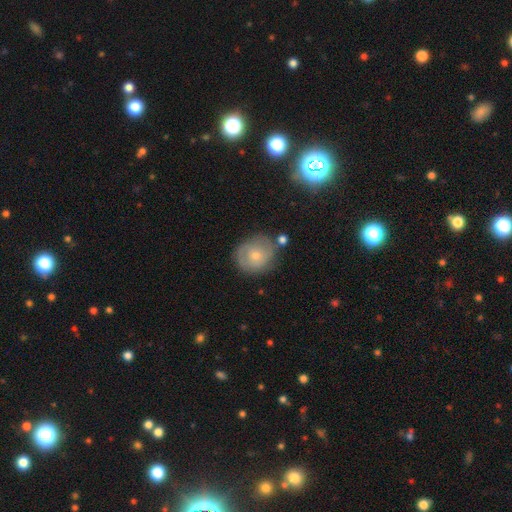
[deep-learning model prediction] A smooth galaxy with no disk features (55%) that is round (80%). Merging: none (65%).